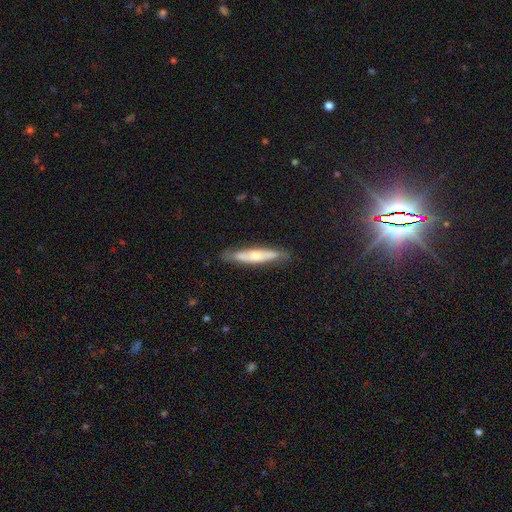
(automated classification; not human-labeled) A featured or disk galaxy (48%). Merging: none (80%).